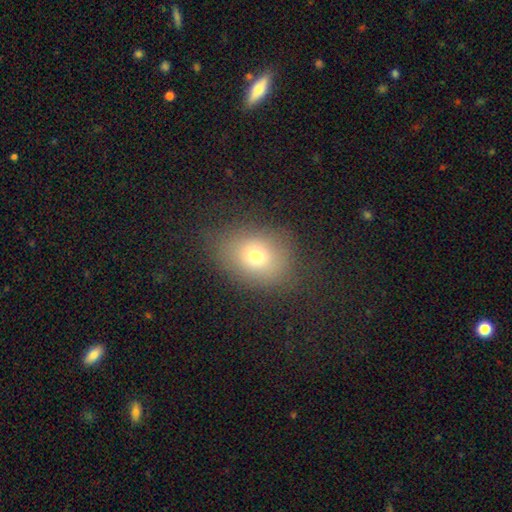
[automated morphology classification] This is likely a smooth galaxy (71%). How rounded: possibly in between (55%). Merging: likely none (74%).